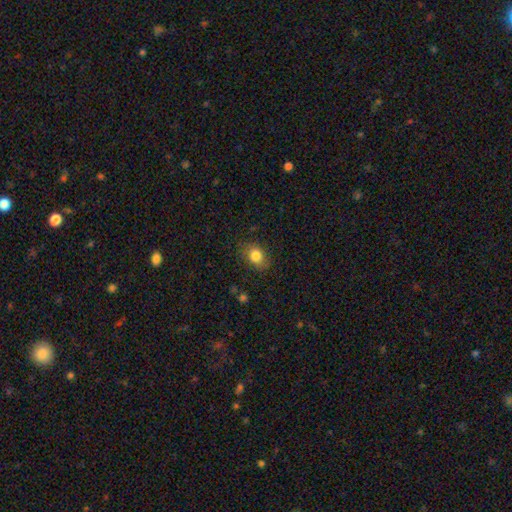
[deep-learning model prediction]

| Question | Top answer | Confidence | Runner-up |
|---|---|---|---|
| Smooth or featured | smooth | 82% | featured or disk (9%) |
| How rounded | in between | 67% | round (32%) |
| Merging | none | 79% | minor disturbance (16%) |